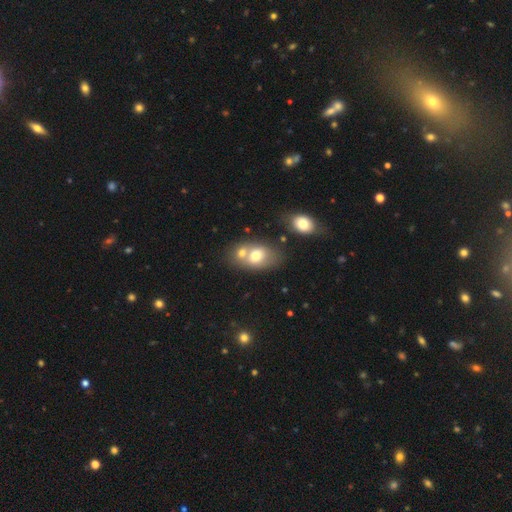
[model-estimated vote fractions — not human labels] Smooth or featured: smooth — 67% (featured or disk — 24%)
How rounded: in between — 75% (round — 24%)
Merging: merger — 52% (none — 33%)